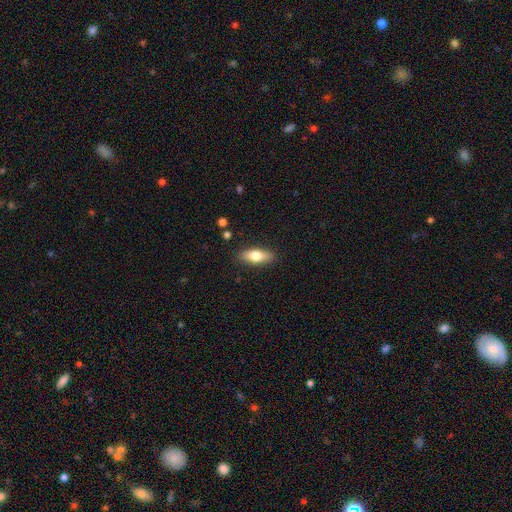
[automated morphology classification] Smooth or featured? smooth (69%)
How rounded? in between (69%)
Merging? none (87%)